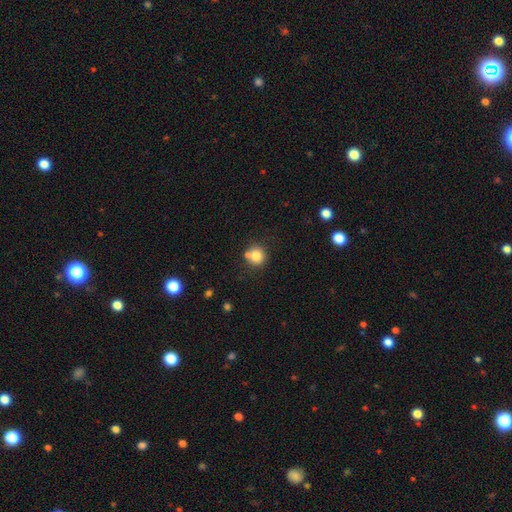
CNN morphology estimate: A smooth galaxy with no disk features (80%) that is round (90%). Merging: none (66%).